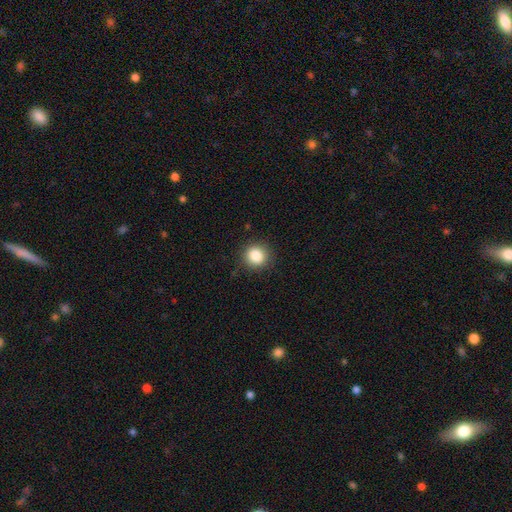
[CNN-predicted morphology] smooth 85%, star or artifact 10%, featured or disk 5%. Down the decision tree: how rounded — round (88%); merging — none (88%).